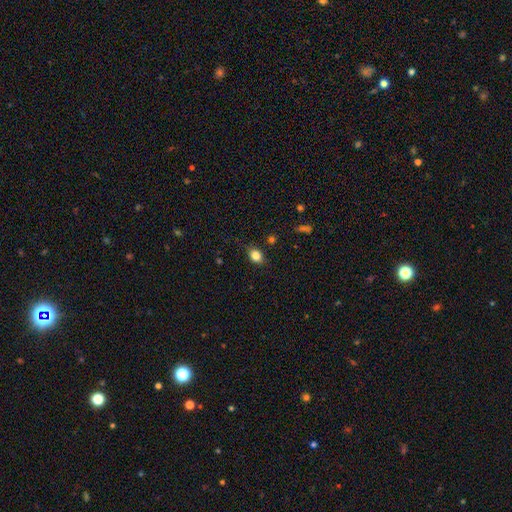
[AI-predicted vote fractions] smooth_or_featured: smooth (p=0.83) [alt: star or artifact p=0.10]
how_rounded: in between (p=0.66) [alt: round p=0.33]
merging: none (p=0.81) [alt: minor disturbance p=0.14]